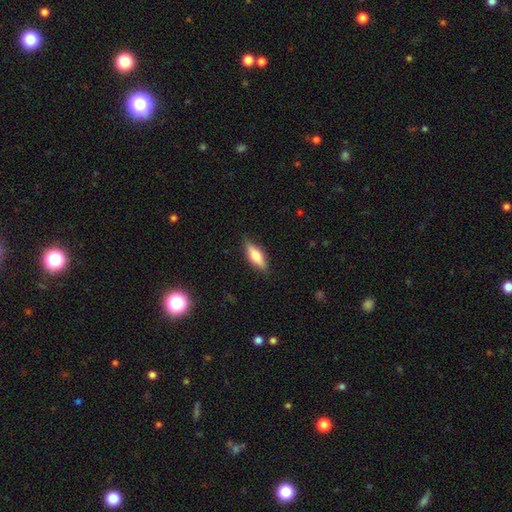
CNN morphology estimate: Overall: smooth (59%; featured or disk 34%). How rounded: in between (58%; cigar-shaped 39%). Merging: none (85%).